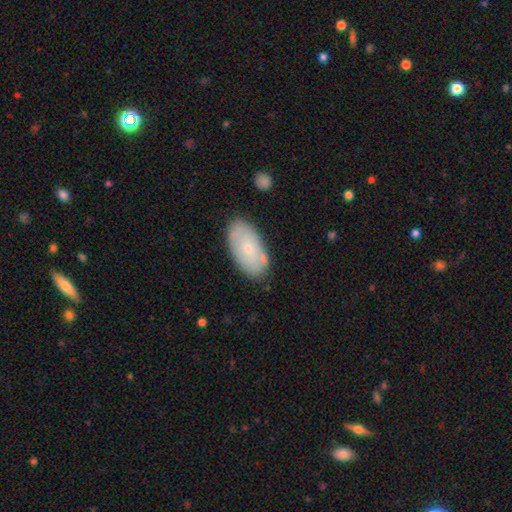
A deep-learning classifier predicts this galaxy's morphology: smooth_or_featured: smooth (p=0.59) [alt: featured or disk p=0.36]
how_rounded: in between (p=0.94) [alt: round p=0.04]
merging: none (p=0.78) [alt: minor disturbance p=0.16]